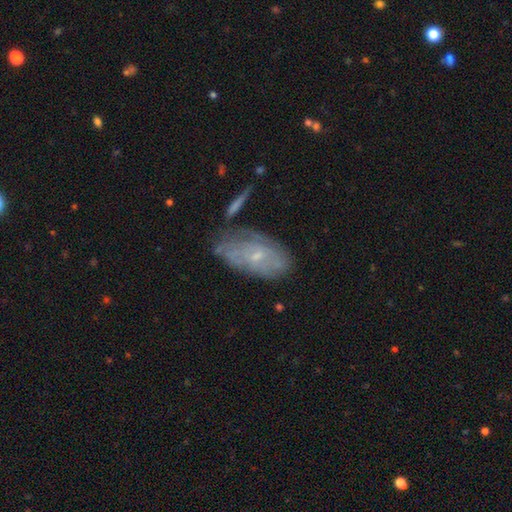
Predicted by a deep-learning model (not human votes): The model was most divided on "spiral arms": yes: 59%, no: 41%. More confident: edge-on disk — no (90%); bulge size — small (74%); bar — no (74%); merging — none (60%); smooth or featured — featured or disk (57%).